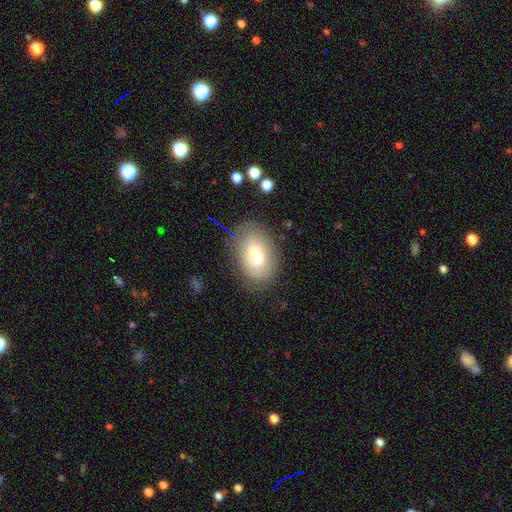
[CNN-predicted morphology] type=smooth (74%); roundness=in between (89%); merging=none (78%).